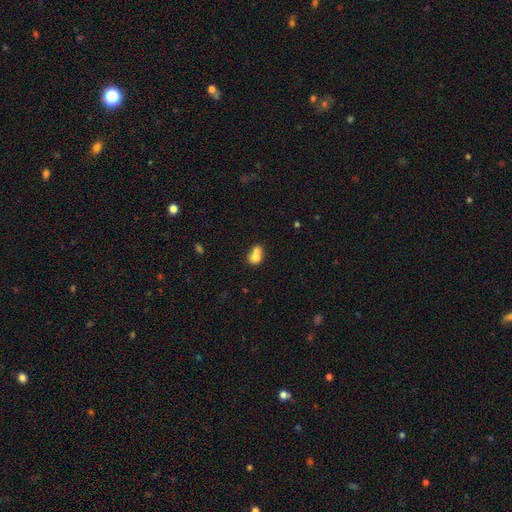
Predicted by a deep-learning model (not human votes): smooth-or-featured: smooth: 73% | featured or disk: 17% | star or artifact: 10%
  how-rounded: in between: 52% | round: 47% | cigar-shaped: 2%
  merging: merger: 64% | none: 23% | minor disturbance: 8% | major disturbance: 4%